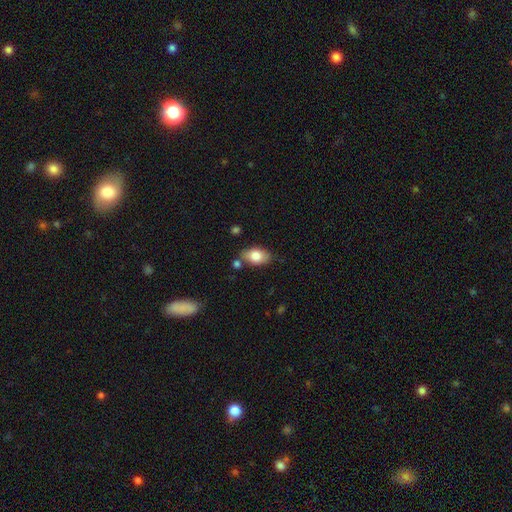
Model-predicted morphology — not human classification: Smooth or featured: smooth — 80% (featured or disk — 13%)
How rounded: in between — 89% (round — 9%)
Merging: none — 73% (minor disturbance — 16%)